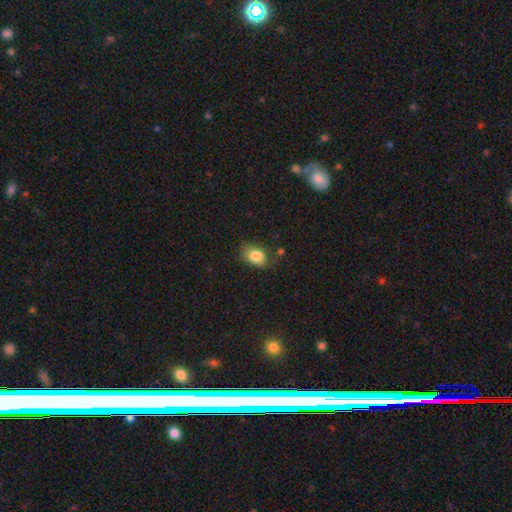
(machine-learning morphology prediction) Smooth or featured?
  - smooth: 82% *
  - featured or disk: 9%
  - star or artifact: 9%
How rounded?
  - in between: 77% *
  - round: 22%
  - cigar-shaped: 1%
Merging?
  - none: 57% *
  - minor disturbance: 28%
  - major disturbance: 10%
  - merger: 5%